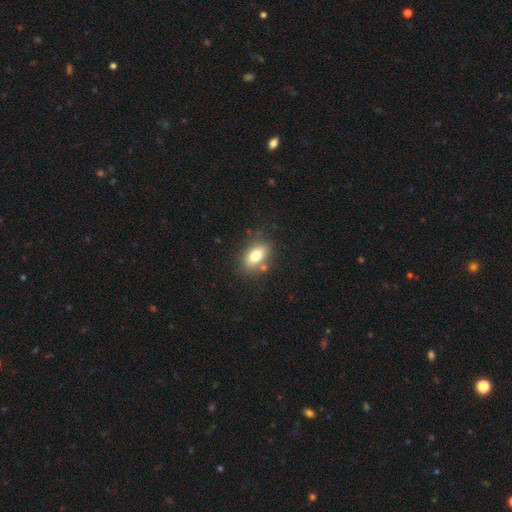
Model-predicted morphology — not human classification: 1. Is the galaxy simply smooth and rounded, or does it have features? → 77% smooth, 14% featured or disk, 9% star or artifact.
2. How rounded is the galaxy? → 83% in between, 15% round, 2% cigar-shaped.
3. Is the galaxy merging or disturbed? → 76% none, 13% minor disturbance, 7% merger, 4% major disturbance.